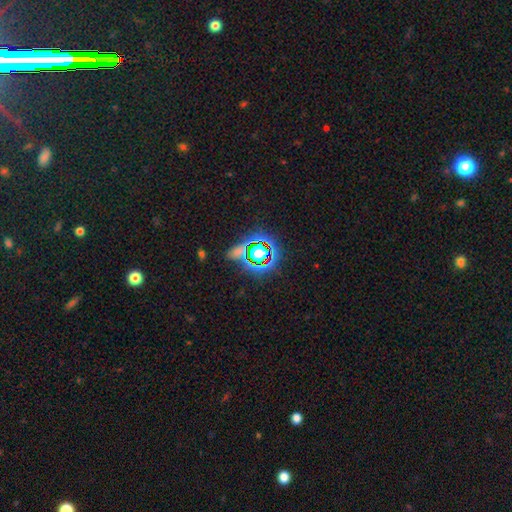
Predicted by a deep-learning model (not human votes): The model was most divided on "smooth or featured": star or artifact: 59%, smooth: 29%, featured or disk: 11%.